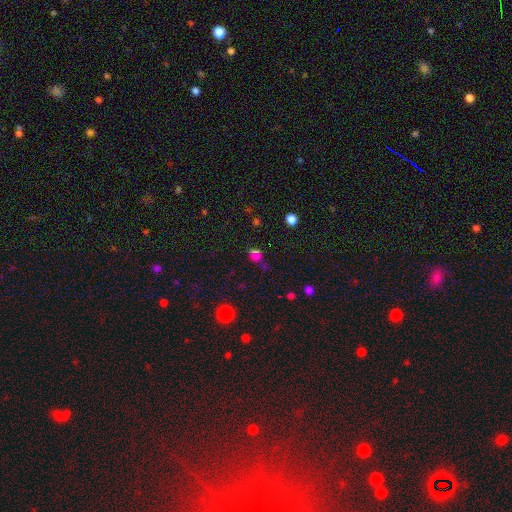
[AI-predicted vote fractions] smooth-or-featured: smooth: 54% | star or artifact: 37% | featured or disk: 9%
  how-rounded: round: 67% | in between: 30% | cigar-shaped: 2%
  merging: none: 58% | merger: 21% | minor disturbance: 13% | major disturbance: 7%